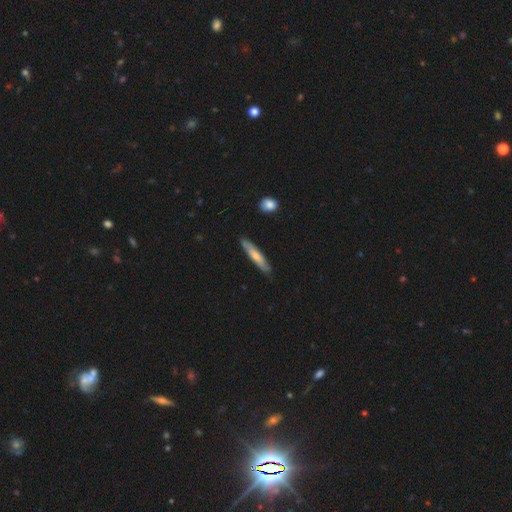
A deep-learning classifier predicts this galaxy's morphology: A smooth galaxy with no disk features (62%) that is cigar-shaped (86%). Merging: none (86%).